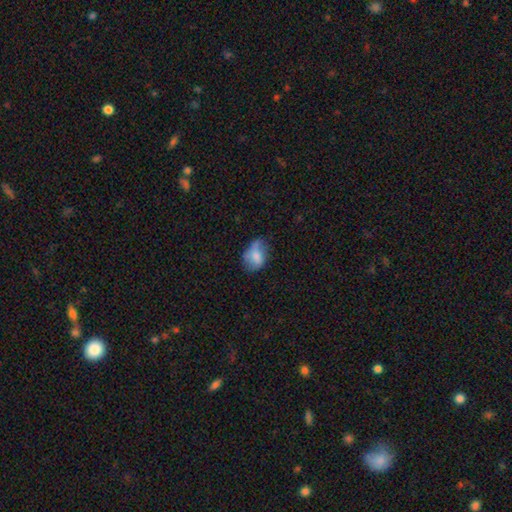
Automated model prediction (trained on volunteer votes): The model was most divided on "merging": minor disturbance: 39%, none: 38%, major disturbance: 19%, merger: 4%. More confident: how rounded — in between (76%); smooth or featured — smooth (68%).